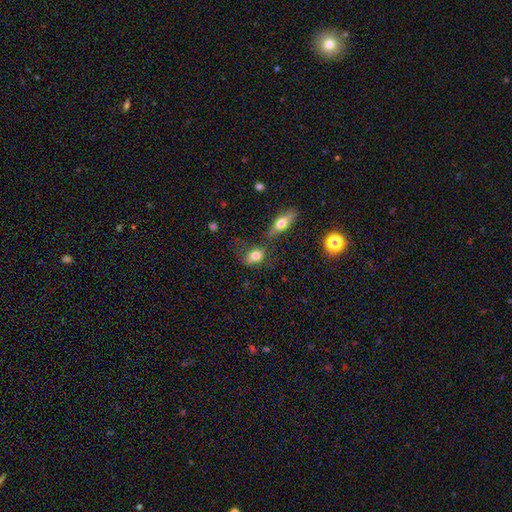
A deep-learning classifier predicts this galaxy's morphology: Smooth or featured? Predicted: smooth (p=0.75). How rounded? Predicted: in between (p=0.59). Merging? Predicted: none (p=0.48).